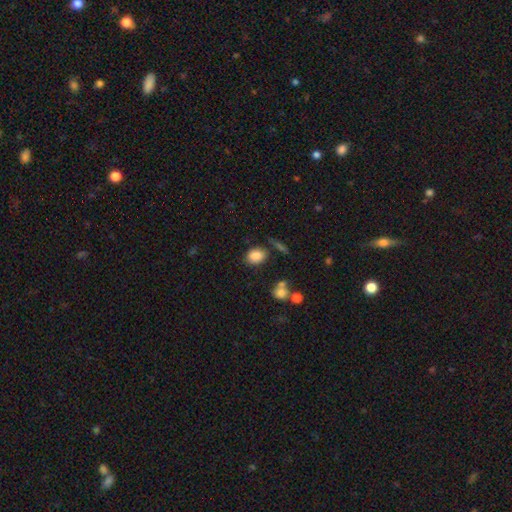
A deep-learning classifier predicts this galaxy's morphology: A smooth galaxy with no disk features (84%) that is in between round and cigar-shaped (64%). Merging: none (74%).